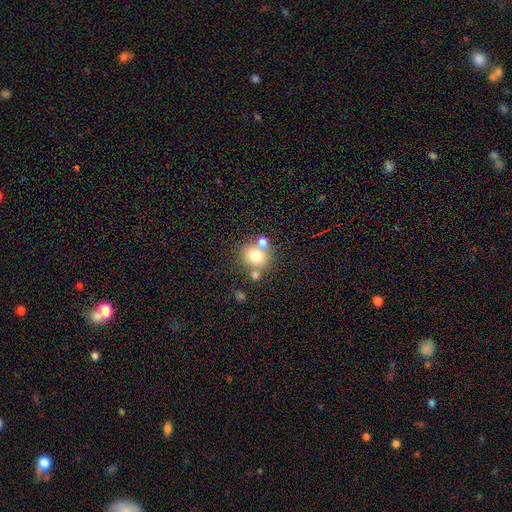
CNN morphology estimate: Overall: smooth (74%). How rounded: round (73%). Merging: none (58%; merger 27%).